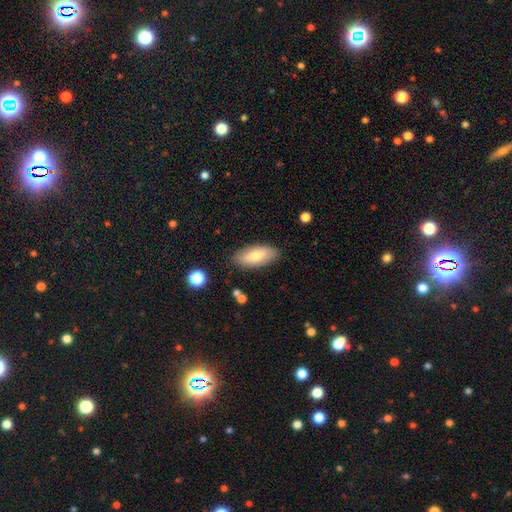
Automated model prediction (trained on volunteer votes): smooth-or-featured: smooth: 75% | featured or disk: 19% | star or artifact: 6%
  how-rounded: in between: 85% | cigar-shaped: 13% | round: 2%
  merging: none: 85% | minor disturbance: 11% | major disturbance: 2% | merger: 2%